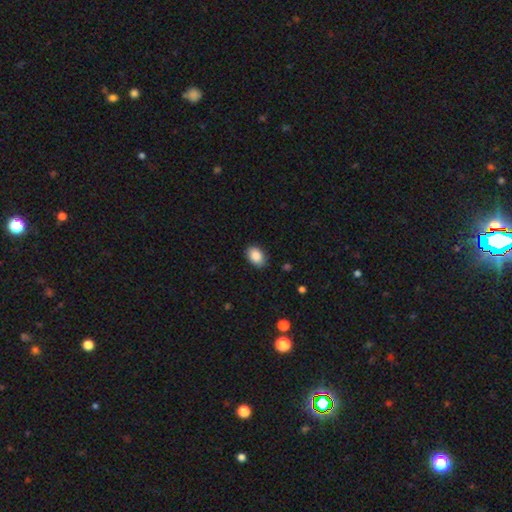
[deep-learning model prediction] This appears to be a smooth galaxy with no disk features (89%) that is in between round and cigar-shaped (84%). Merging: none (85%).